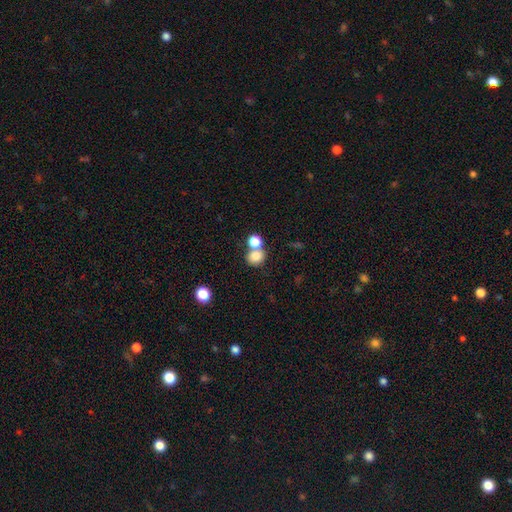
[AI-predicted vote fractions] Morphology: type=smooth (80%); roundness=round (75%); merging=none (46%).